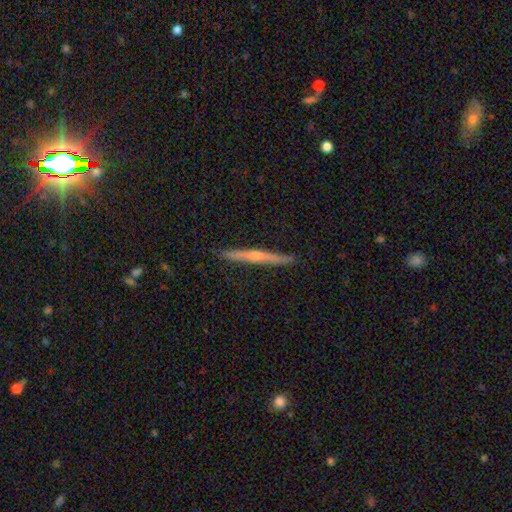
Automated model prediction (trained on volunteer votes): Smooth or featured? Predicted: featured or disk (p=0.64). Edge-on disk? Predicted: yes (p=0.98). Edge-on bulge? Predicted: rounded (p=0.67). Merging? Predicted: none (p=0.90).